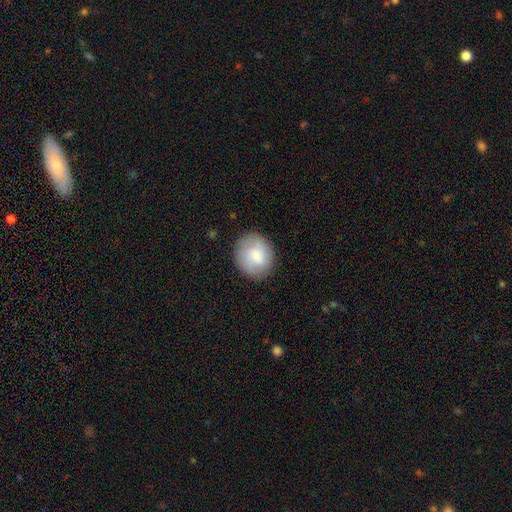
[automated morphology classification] Smooth or featured?
  - smooth: 75% *
  - featured or disk: 18%
  - star or artifact: 7%
How rounded?
  - round: 75% *
  - in between: 25%
  - cigar-shaped: 1%
Merging?
  - none: 84% *
  - minor disturbance: 11%
  - major disturbance: 4%
  - merger: 1%